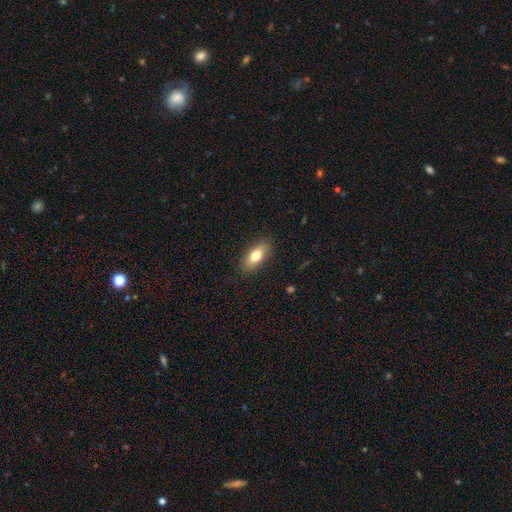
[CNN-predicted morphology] type=smooth (78%); roundness=in between (82%); merging=none (86%).